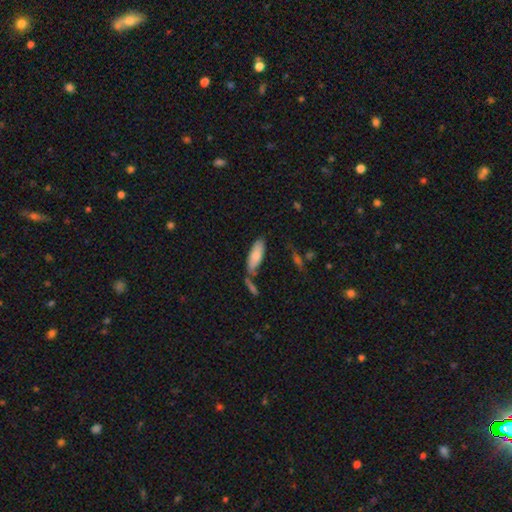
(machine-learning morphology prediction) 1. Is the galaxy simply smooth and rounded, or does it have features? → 79% smooth, 15% featured or disk, 6% star or artifact.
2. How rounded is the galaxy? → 66% in between, 33% cigar-shaped, 2% round.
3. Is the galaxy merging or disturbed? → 62% none, 17% minor disturbance, 16% merger, 5% major disturbance.